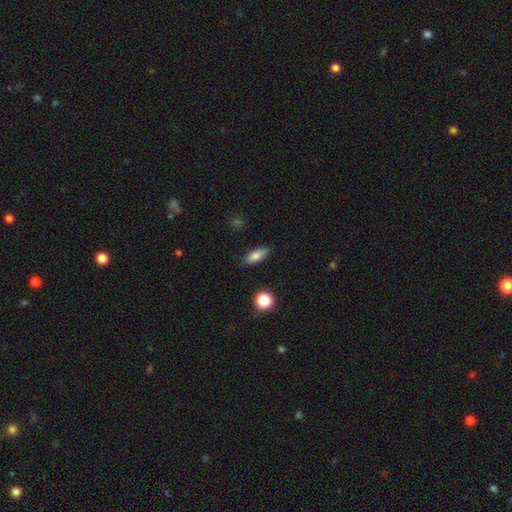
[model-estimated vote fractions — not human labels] A smooth galaxy with no disk features (80%) that is in between round and cigar-shaped (76%).

Vote fractions:
- Smooth or featured? smooth: 80% / featured or disk: 12% / star or artifact: 8%
- How rounded? in between: 76% / cigar-shaped: 20% / round: 4%
- Merging? none: 84% / minor disturbance: 12% / major disturbance: 3% / merger: 2%